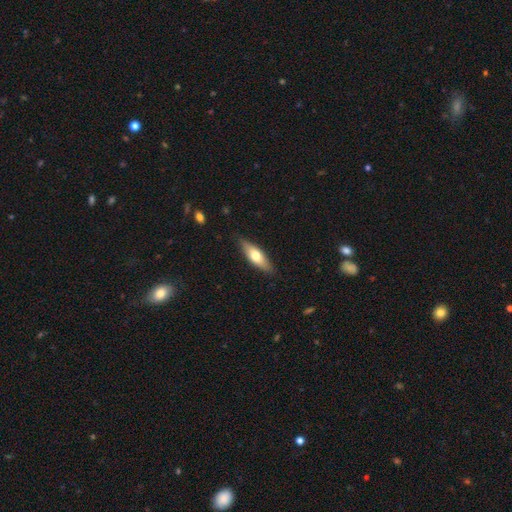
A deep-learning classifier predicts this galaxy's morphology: Overall: smooth (60%; featured or disk 35%). How rounded: in between (53%; cigar-shaped 45%). Merging: none (85%).